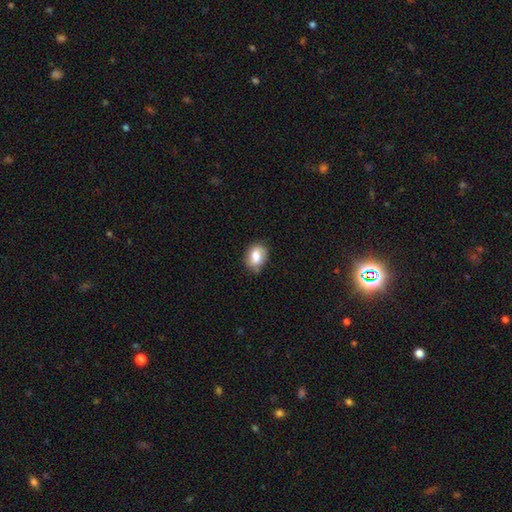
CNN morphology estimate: The model was most divided on "how rounded": in between: 68%, round: 31%, cigar-shaped: 1%. More confident: smooth or featured — smooth (81%); merging — none (76%).